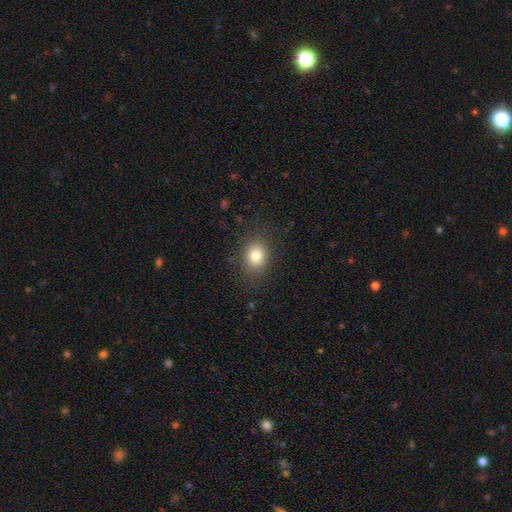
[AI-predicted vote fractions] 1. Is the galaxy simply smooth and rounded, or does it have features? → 81% smooth, 11% star or artifact, 8% featured or disk.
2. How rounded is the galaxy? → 54% round, 46% in between, 1% cigar-shaped.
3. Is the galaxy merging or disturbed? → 85% none, 10% minor disturbance, 4% major disturbance, 1% merger.